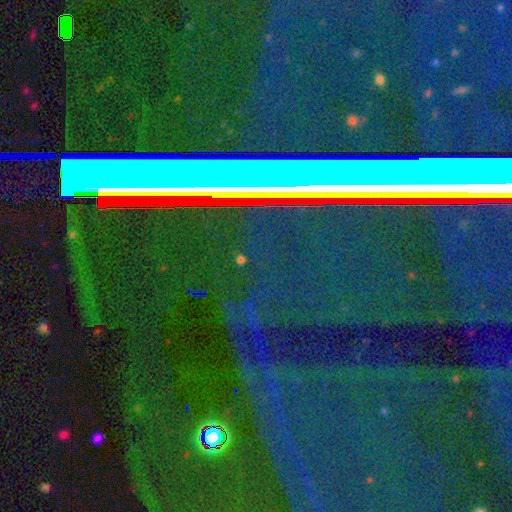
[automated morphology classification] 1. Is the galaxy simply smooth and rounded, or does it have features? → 77% star or artifact, 13% featured or disk, 10% smooth.